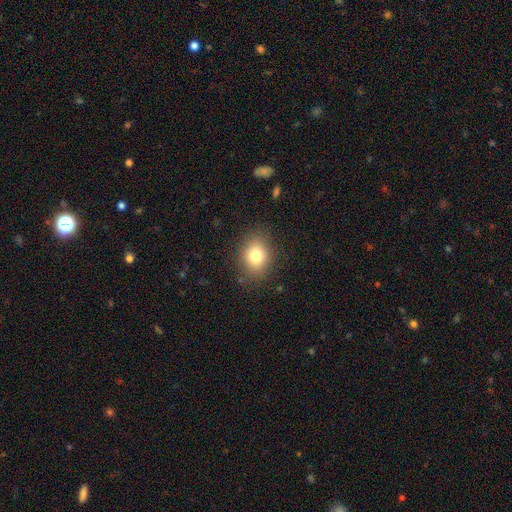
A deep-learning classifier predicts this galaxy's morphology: type=smooth (79%); roundness=round (59%); merging=none (85%).